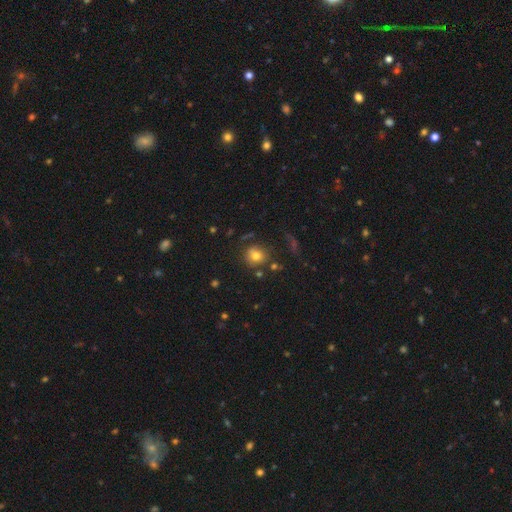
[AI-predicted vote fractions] The model was most divided on "merging": none: 73%, minor disturbance: 14%, merger: 7%, major disturbance: 6%. More confident: how rounded — round (83%); smooth or featured — smooth (76%).